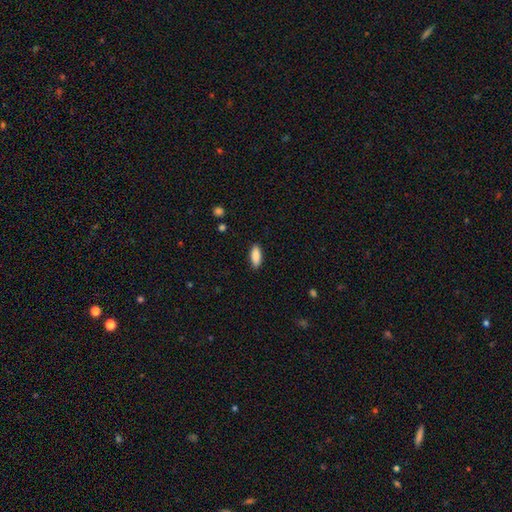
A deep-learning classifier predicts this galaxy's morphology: A smooth galaxy with no disk features (88%) that is in between round and cigar-shaped (74%).

Vote fractions:
- Smooth or featured? smooth: 88% / star or artifact: 6% / featured or disk: 6%
- How rounded? in between: 74% / cigar-shaped: 24% / round: 2%
- Merging? none: 88% / minor disturbance: 9% / major disturbance: 2% / merger: 1%